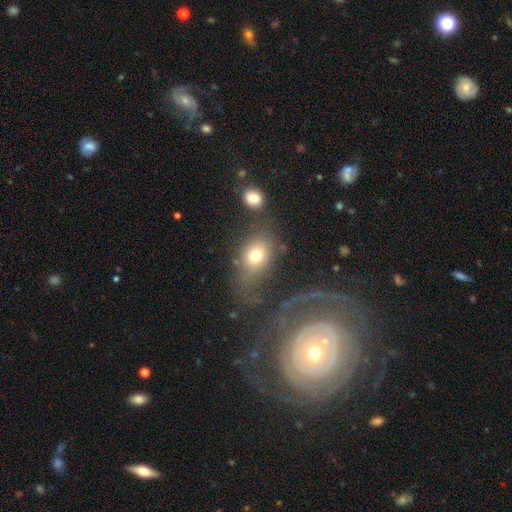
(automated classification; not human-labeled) This appears to be a smooth galaxy with no disk features (69%) that is in between round and cigar-shaped (64%). Merging: none (44%).